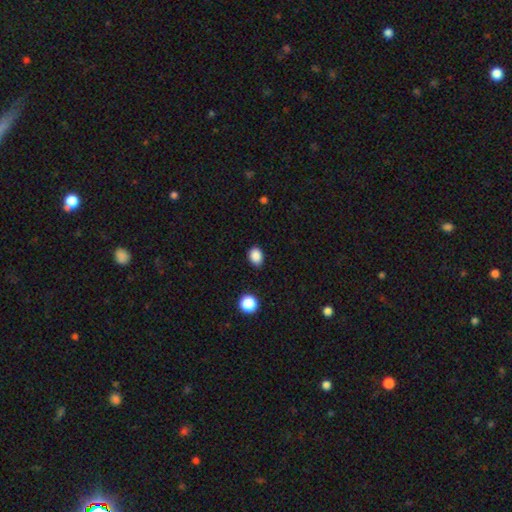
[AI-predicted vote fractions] A smooth galaxy with no disk features (87%) that is in between round and cigar-shaped (64%). Merging: none (84%).